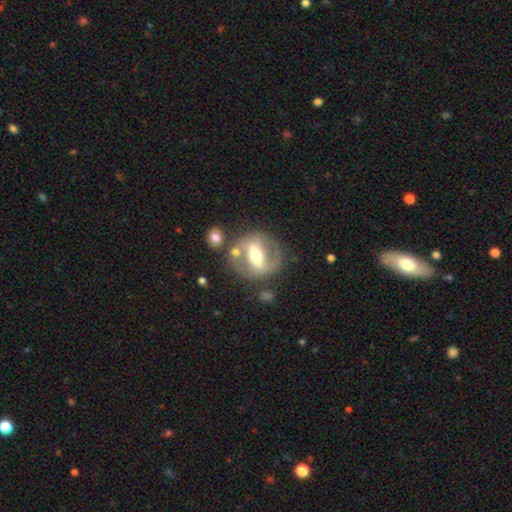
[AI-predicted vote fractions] smooth-or-featured: featured or disk: 71% | smooth: 23% | star or artifact: 6%
  disk-edge-on: no: 88% | yes: 12%
    bar: strong: 64% | weak: 23% | no: 13%
    has-spiral-arms: no: 60% | yes: 40%
    bulge-size: moderate: 71% | small: 14% | large: 13% | dominant: 1% | none: 1%
  merging: none: 70% | minor disturbance: 13% | merger: 10% | major disturbance: 7%